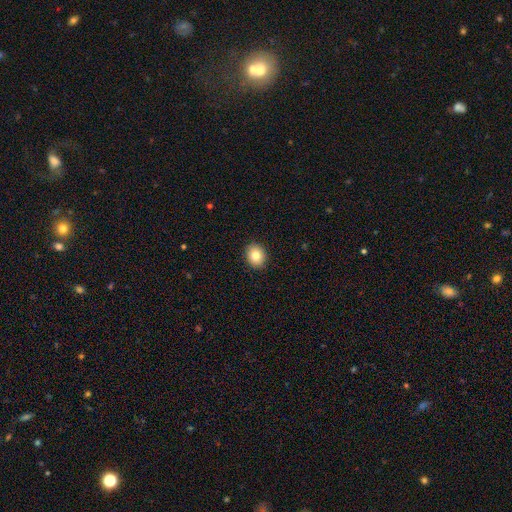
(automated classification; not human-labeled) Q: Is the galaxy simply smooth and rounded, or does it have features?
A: smooth — 83%.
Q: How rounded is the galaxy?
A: round — 66%.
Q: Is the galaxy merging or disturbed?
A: none — 91%.